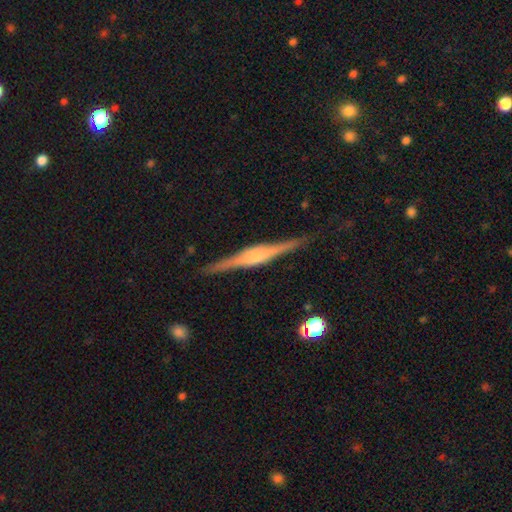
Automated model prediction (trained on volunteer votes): Smooth or featured? Predicted: featured or disk (p=0.82). Edge-on disk? Predicted: yes (p=0.98). Edge-on bulge? Predicted: rounded (p=0.77). Merging? Predicted: none (p=0.89).